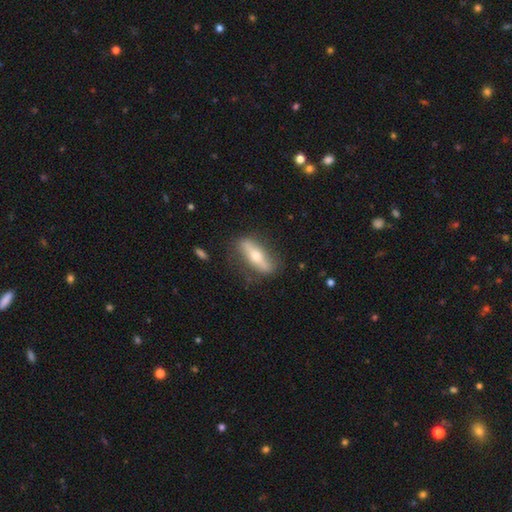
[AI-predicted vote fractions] Smooth or featured: featured or disk — 53% (smooth — 41%)
Edge-on disk: yes — 62% (no — 38%)
Merging: none — 78% (minor disturbance — 15%)